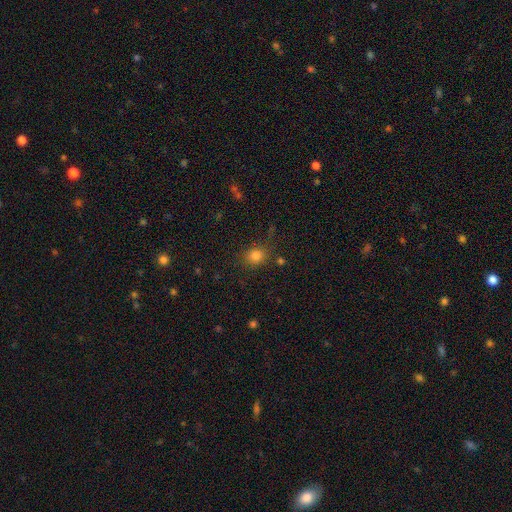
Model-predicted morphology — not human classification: Smooth or featured: smooth — 80% (star or artifact — 14%)
How rounded: round — 74% (in between — 25%)
Merging: none — 82% (minor disturbance — 11%)